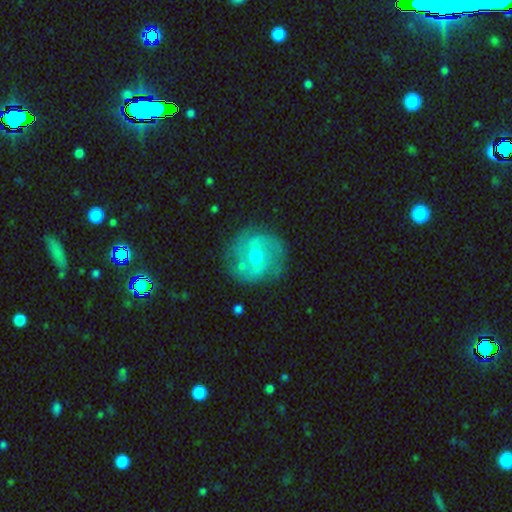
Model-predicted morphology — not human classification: Smooth or featured? featured or disk (72%)
Edge-on disk? no (97%)
Bar? weak (48%)
Spiral arms? yes (80%)
Spiral winding? medium (43%)
Spiral arm count? 2 (57%)
Bulge size? moderate (72%)
Merging? none (75%)